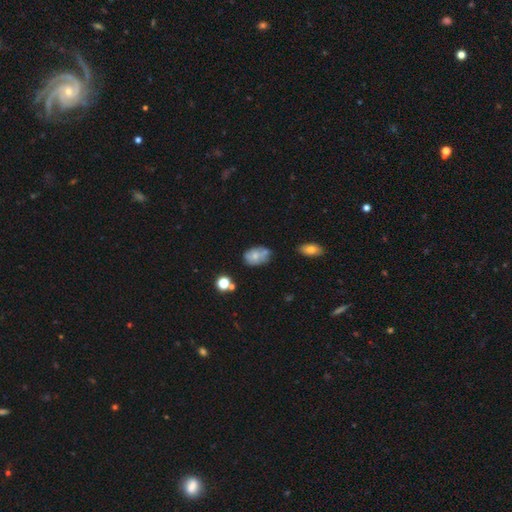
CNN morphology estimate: Q: Smooth or featured?
A: smooth (61%); runner-up: featured or disk (28%)
Q: How rounded?
A: in between (79%); runner-up: round (19%)
Q: Merging?
A: none (48%); runner-up: minor disturbance (27%)